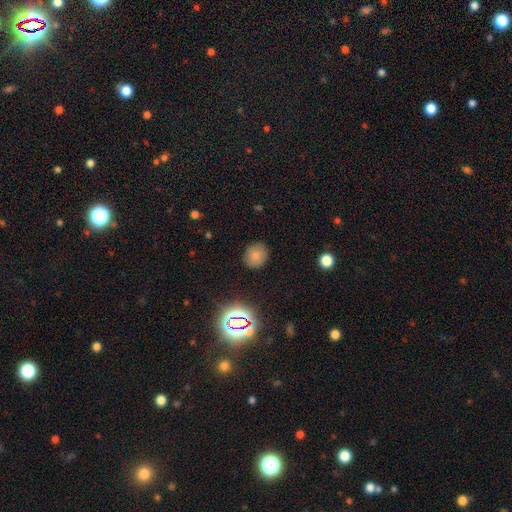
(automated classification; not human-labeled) smooth_or_featured: smooth (p=0.79) [alt: star or artifact p=0.15]
how_rounded: round (p=0.82) [alt: in between p=0.17]
merging: none (p=0.87) [alt: minor disturbance p=0.09]